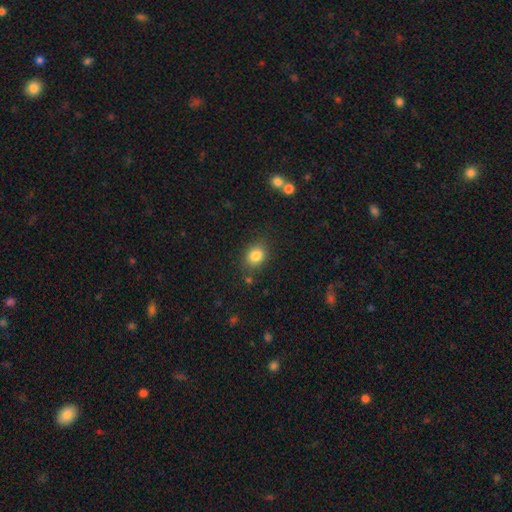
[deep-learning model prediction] This appears to be a smooth galaxy with no disk features (84%) that is round (51%). Merging: none (79%).